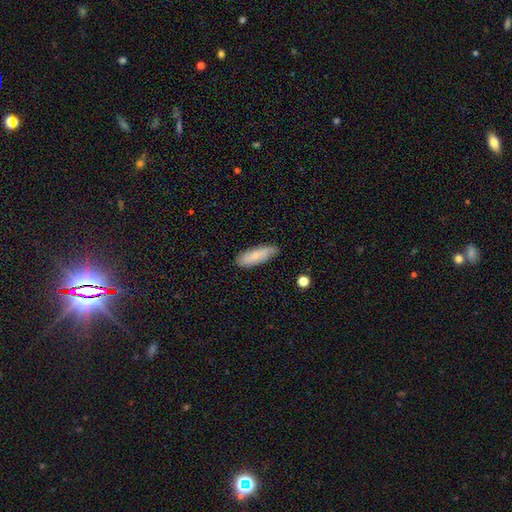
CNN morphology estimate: smooth 71%, featured or disk 22%, star or artifact 6%. Down the decision tree: how rounded — in between (57%); merging — none (77%).